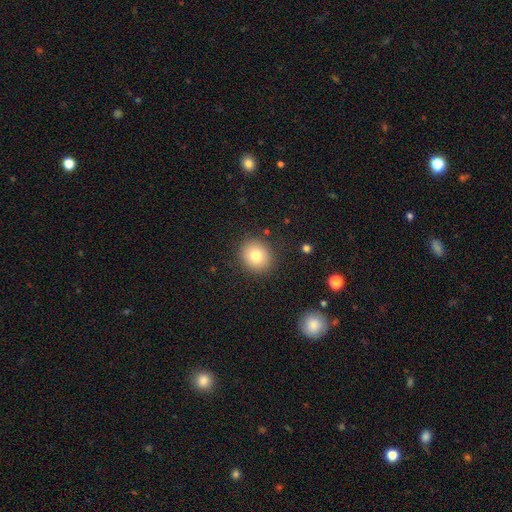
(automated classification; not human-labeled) This appears to be a smooth galaxy with no disk features (78%) that is round (81%). Merging: none (88%).